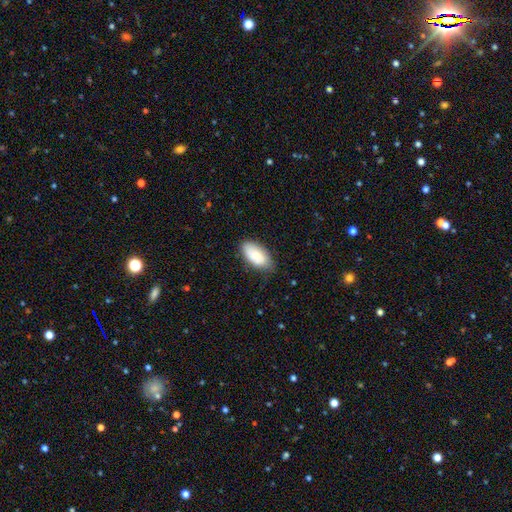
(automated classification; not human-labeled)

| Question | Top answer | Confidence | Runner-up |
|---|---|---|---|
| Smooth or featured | smooth | 85% | featured or disk (9%) |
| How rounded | in between | 94% | cigar-shaped (4%) |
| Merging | none | 74% | minor disturbance (21%) |